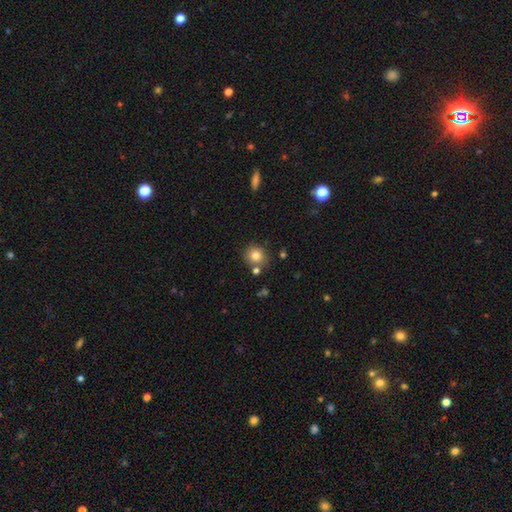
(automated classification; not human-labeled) smooth-or-featured: smooth: 80% | star or artifact: 12% | featured or disk: 8%
  how-rounded: round: 89% | in between: 10% | cigar-shaped: 1%
  merging: none: 78% | merger: 10% | minor disturbance: 9% | major disturbance: 3%